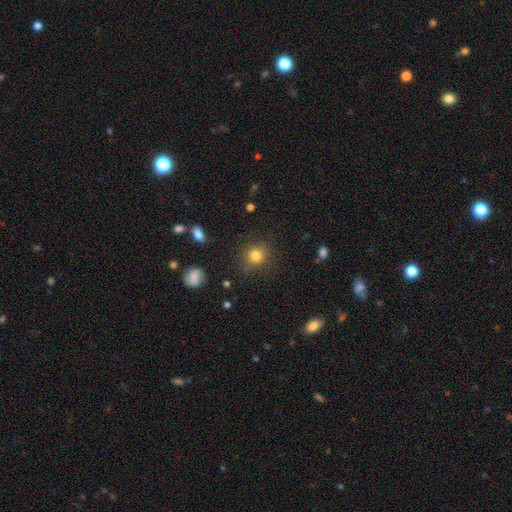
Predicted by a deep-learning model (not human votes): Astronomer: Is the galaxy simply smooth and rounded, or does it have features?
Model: smooth — 81%.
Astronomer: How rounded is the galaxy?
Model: round — 85%.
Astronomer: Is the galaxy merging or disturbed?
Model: none — 83%.